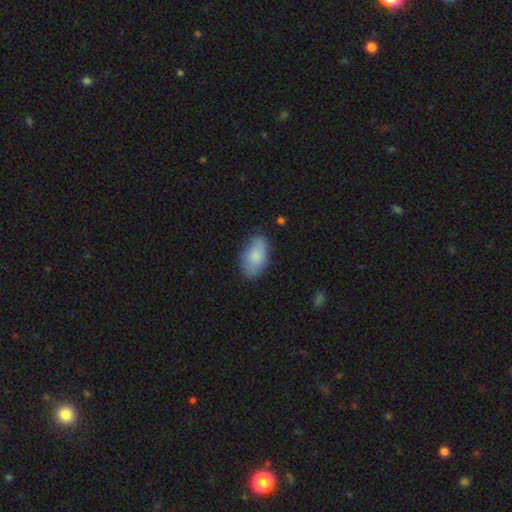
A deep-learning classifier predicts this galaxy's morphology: smooth-or-featured: smooth: 81% | featured or disk: 13% | star or artifact: 6%
  how-rounded: in between: 94% | round: 4% | cigar-shaped: 2%
  merging: none: 76% | minor disturbance: 19% | major disturbance: 4% | merger: 2%